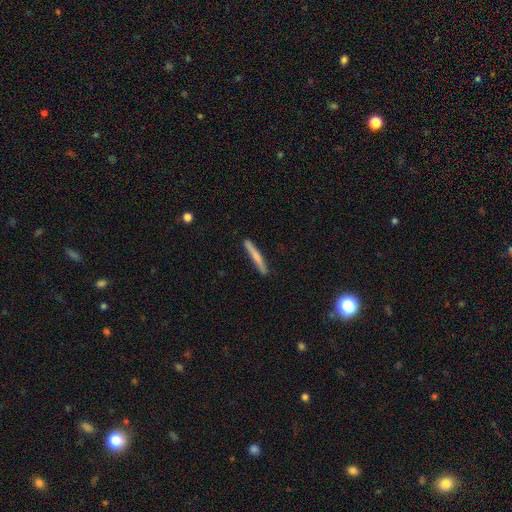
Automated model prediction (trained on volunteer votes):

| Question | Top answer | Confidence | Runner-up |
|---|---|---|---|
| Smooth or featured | smooth | 69% | featured or disk (26%) |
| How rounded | cigar-shaped | 96% | in between (3%) |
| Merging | none | 87% | minor disturbance (10%) |